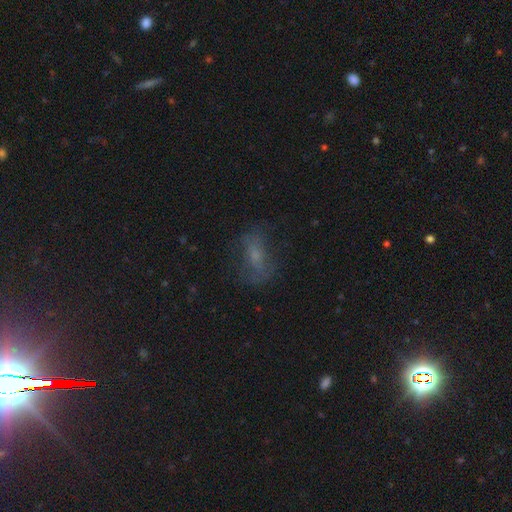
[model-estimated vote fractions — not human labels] A smooth galaxy with no disk features (44%). Merging: none (62%).